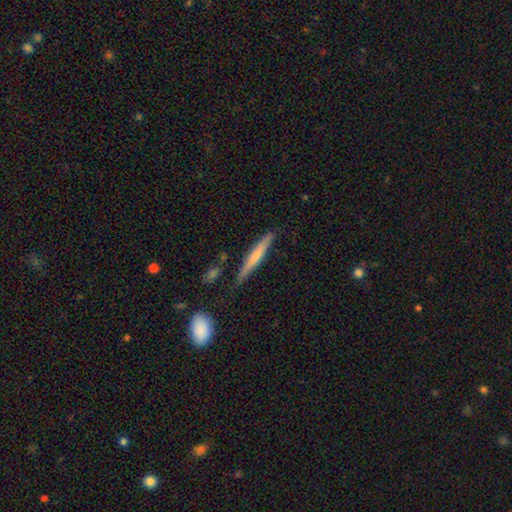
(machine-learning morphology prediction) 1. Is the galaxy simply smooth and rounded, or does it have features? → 60% featured or disk, 31% smooth, 9% star or artifact.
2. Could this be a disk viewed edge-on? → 96% yes, 4% no.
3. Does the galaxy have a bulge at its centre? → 66% rounded, 25% none, 8% boxy.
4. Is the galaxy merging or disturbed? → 84% none, 10% minor disturbance, 3% merger, 2% major disturbance.